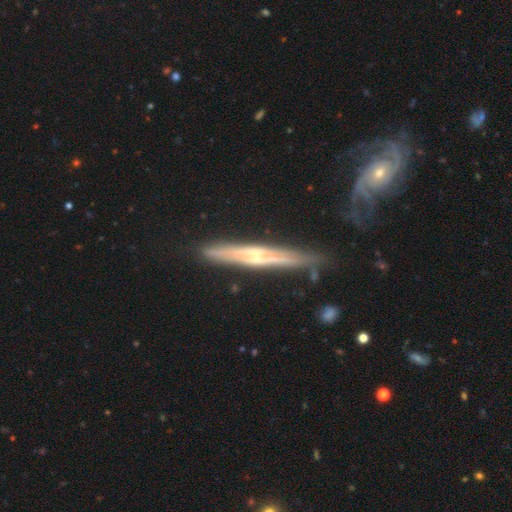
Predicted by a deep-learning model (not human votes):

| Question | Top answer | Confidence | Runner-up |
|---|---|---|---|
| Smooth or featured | featured or disk | 75% | smooth (18%) |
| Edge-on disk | yes | 93% | no (7%) |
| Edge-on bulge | rounded | 47% | none (40%) |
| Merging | none | 77% | minor disturbance (16%) |